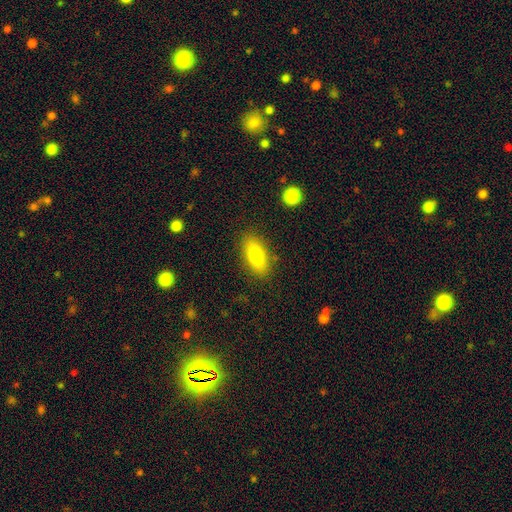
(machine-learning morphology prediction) Smooth or featured: smooth — 79% (featured or disk — 14%)
How rounded: in between — 83% (cigar-shaped — 14%)
Merging: none — 85% (minor disturbance — 10%)